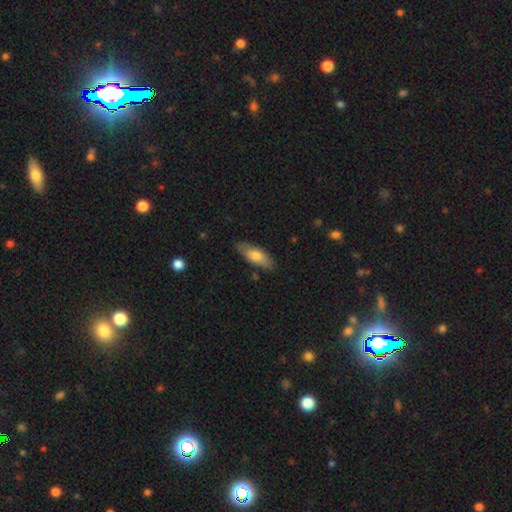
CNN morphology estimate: type=smooth (70%); roundness=in between (70%); merging=none (82%).